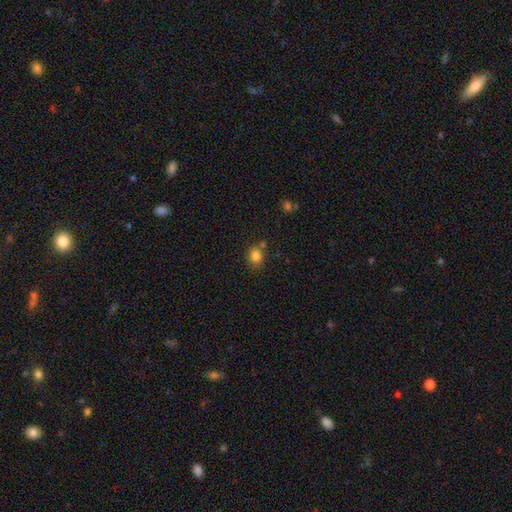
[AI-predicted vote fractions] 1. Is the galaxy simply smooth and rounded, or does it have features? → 82% smooth, 11% star or artifact, 6% featured or disk.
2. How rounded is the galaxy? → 56% round, 43% in between, 1% cigar-shaped.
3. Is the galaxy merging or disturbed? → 67% none, 14% merger, 14% minor disturbance, 4% major disturbance.